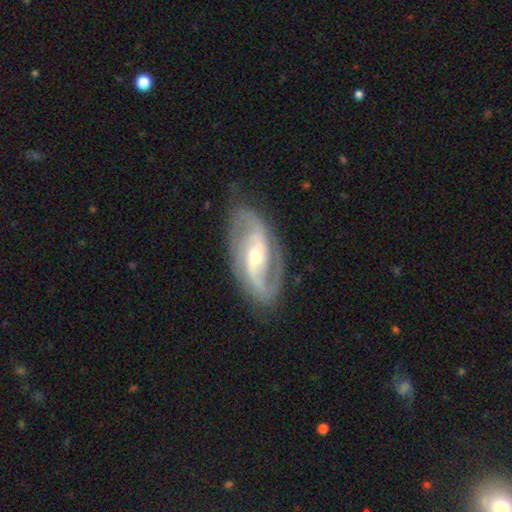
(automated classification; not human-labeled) This appears to be a featured or disk galaxy (89%) with a weak bar (37%), 2 (88%) medium (51%) spiral arms (96%) and a small central bulge (51%). Merging: none (80%).